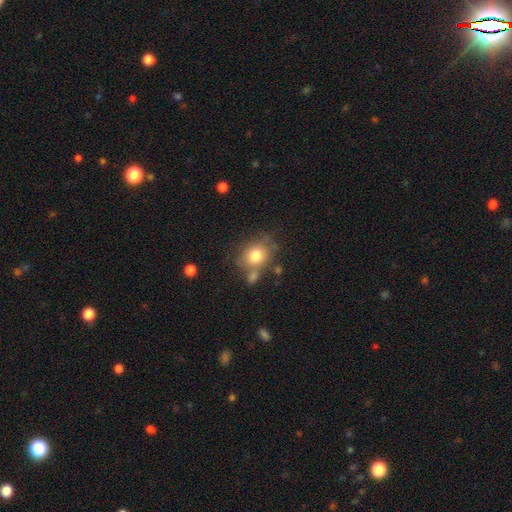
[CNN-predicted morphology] type=smooth (76%); roundness=round (59%); merging=none (59%).